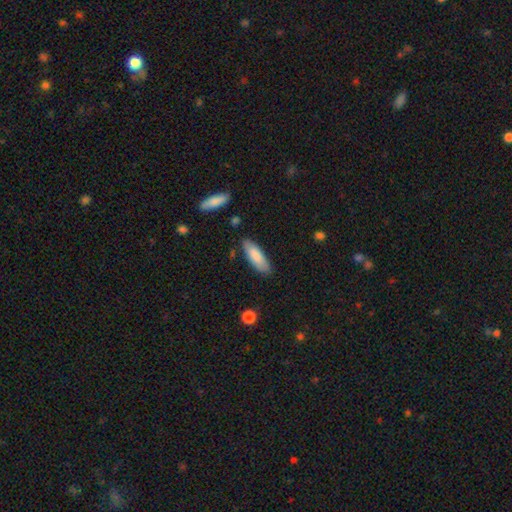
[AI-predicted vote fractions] The model was most divided on "how rounded": in between: 58%, cigar-shaped: 41%, round: 1%. More confident: smooth or featured — smooth (83%); merging — none (83%).